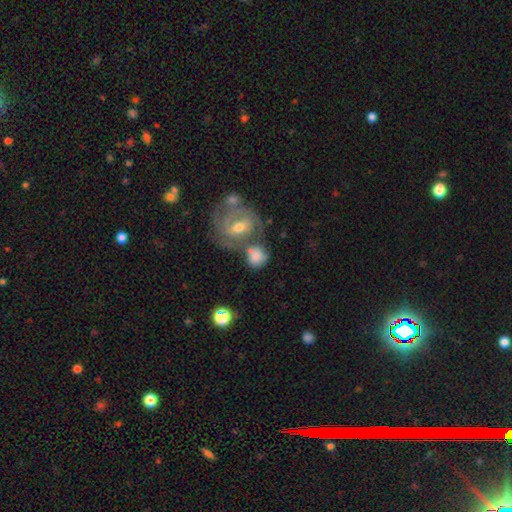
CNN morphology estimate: smooth_or_featured: smooth (p=0.57) [alt: featured or disk p=0.35]
how_rounded: round (p=0.75) [alt: in between p=0.24]
merging: none (p=0.40) [alt: merger p=0.35]